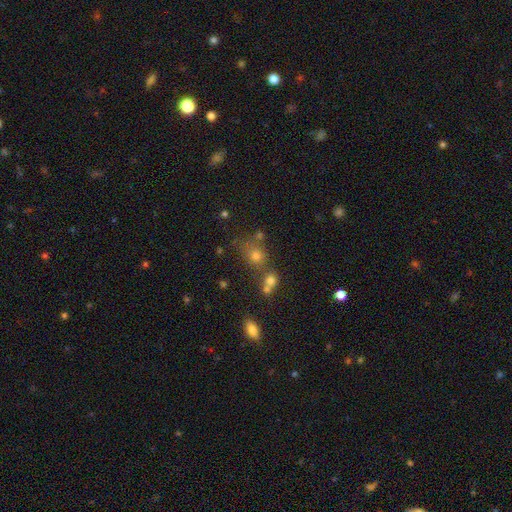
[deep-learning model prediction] Smooth or featured?
  - smooth: 70% *
  - star or artifact: 19%
  - featured or disk: 11%
How rounded?
  - round: 69% *
  - in between: 29%
  - cigar-shaped: 1%
Merging?
  - none: 54% *
  - merger: 26%
  - minor disturbance: 13%
  - major disturbance: 7%